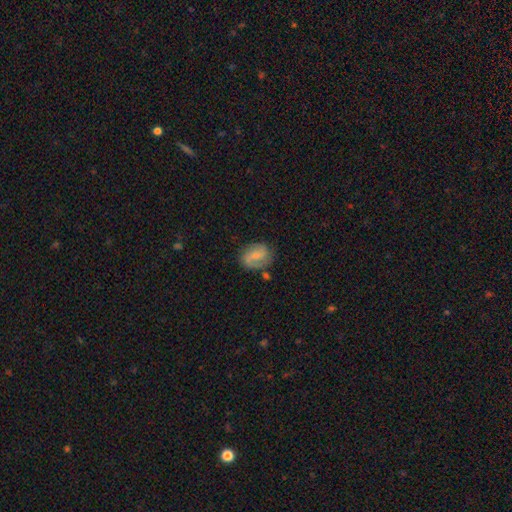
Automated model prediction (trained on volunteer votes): Smooth or featured: featured or disk — 66% (smooth — 27%)
Edge-on disk: no — 97% (yes — 3%)
Bar: weak — 49% (no — 33%)
Spiral arms: yes — 91% (no — 9%)
Spiral winding: medium — 47% (loose — 30%)
Spiral arm count: 2 — 82% (can't tell — 8%)
Bulge size: small — 64% (moderate — 23%)
Merging: none — 70% (minor disturbance — 19%)